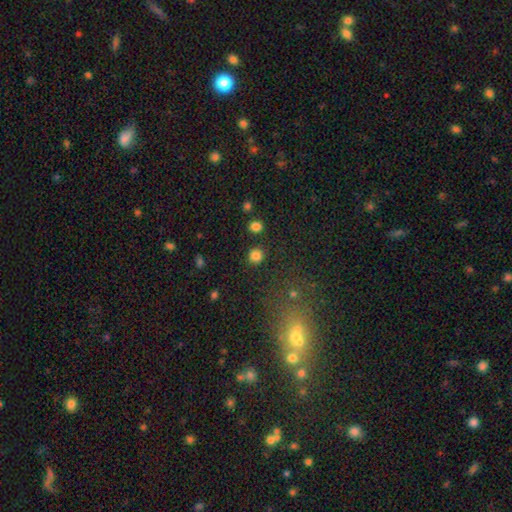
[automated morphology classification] Smooth or featured: smooth — 83% (star or artifact — 13%)
How rounded: round — 89% (in between — 10%)
Merging: none — 89% (minor disturbance — 6%)